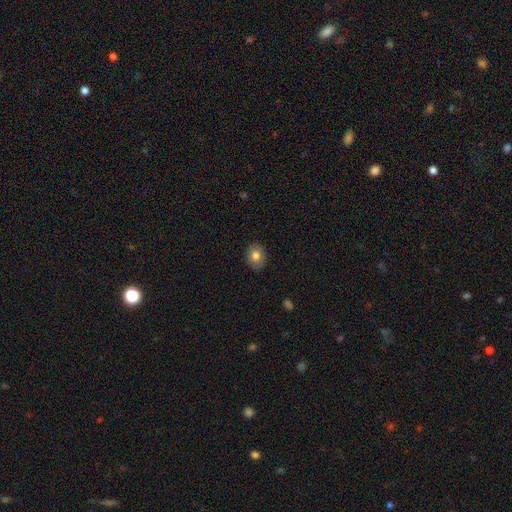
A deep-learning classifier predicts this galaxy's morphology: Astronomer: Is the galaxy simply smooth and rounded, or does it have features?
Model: smooth — 80%.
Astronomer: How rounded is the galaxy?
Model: in between — 57% (runner-up: round, 42%).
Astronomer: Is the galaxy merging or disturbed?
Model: none — 87%.